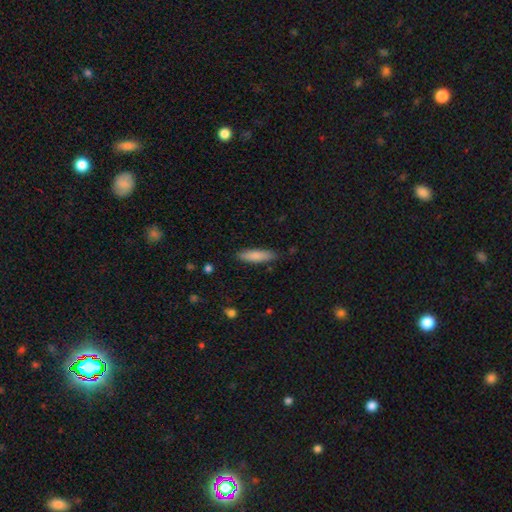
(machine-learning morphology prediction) The model was most divided on "how rounded": cigar-shaped: 67%, in between: 32%, round: 2%. More confident: merging — none (86%); smooth or featured — smooth (82%).